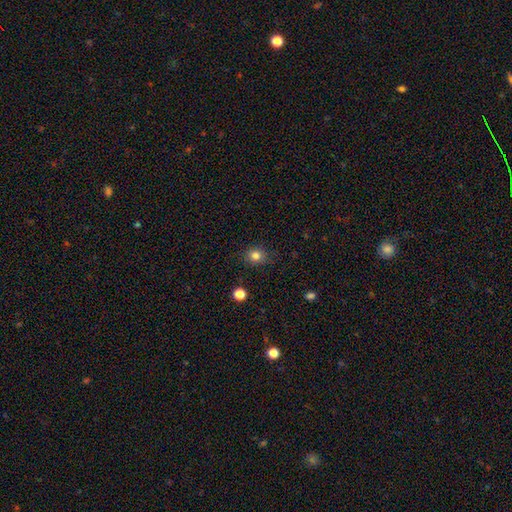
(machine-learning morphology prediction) smooth 81%, star or artifact 13%, featured or disk 6%. Down the decision tree: how rounded — round (76%); merging — none (85%).